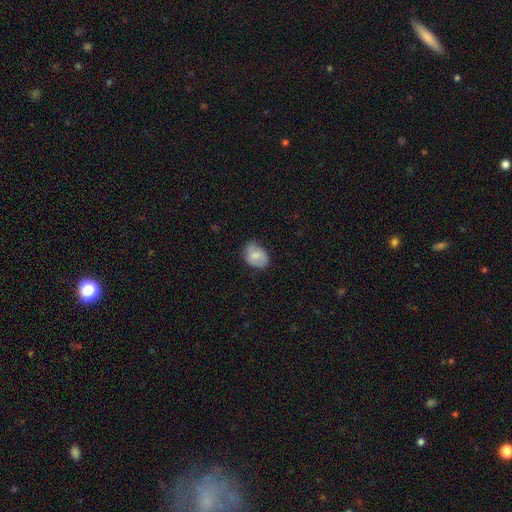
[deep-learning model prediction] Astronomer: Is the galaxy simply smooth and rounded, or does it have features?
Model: smooth — 74%.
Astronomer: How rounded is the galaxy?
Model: in between — 66%.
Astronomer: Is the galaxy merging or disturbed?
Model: none — 58% (runner-up: minor disturbance, 33%).